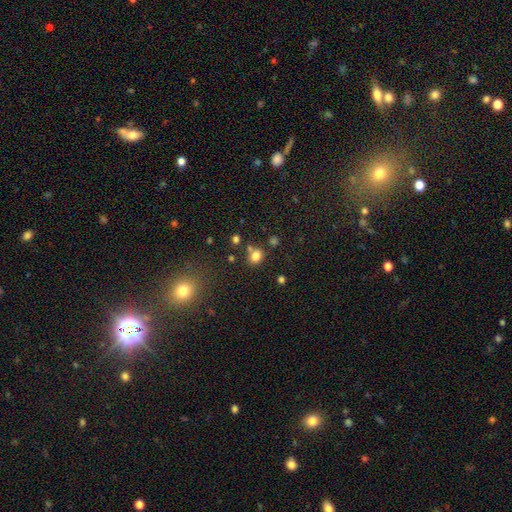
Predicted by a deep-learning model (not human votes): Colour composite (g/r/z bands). It shows a smooth galaxy with no disk features (79%) that is round (69%). Merging: none (67%).